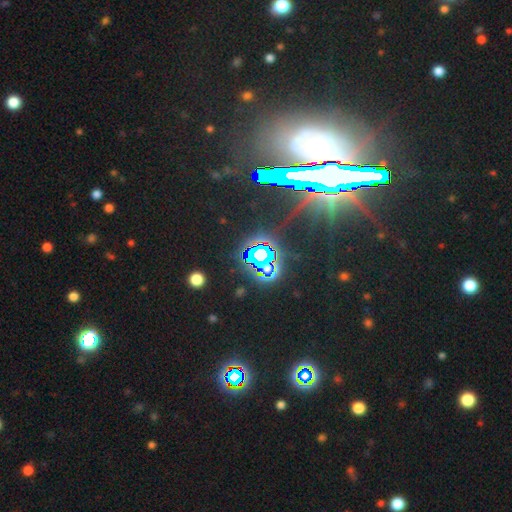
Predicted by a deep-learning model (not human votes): The model was most divided on "smooth or featured": star or artifact: 81%, featured or disk: 11%, smooth: 8%.